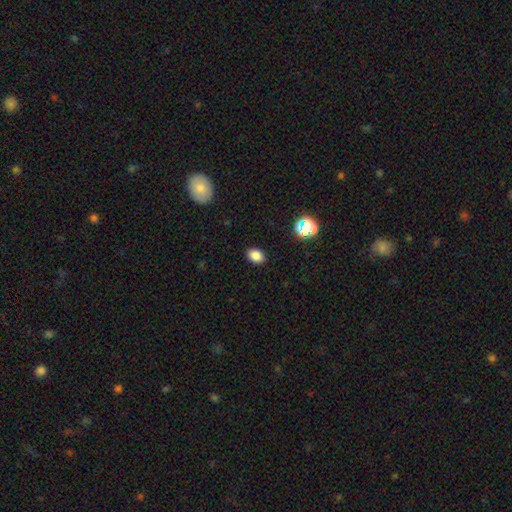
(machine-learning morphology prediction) This appears to be a smooth galaxy with no disk features (83%) that is in between round and cigar-shaped (78%). Merging: none (89%).